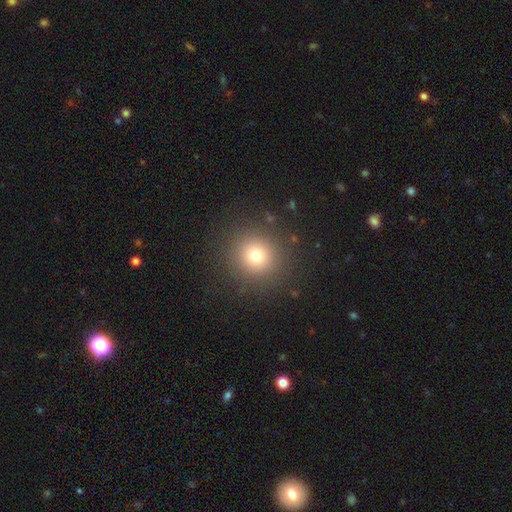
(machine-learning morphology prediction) This is likely a smooth galaxy (74%). How rounded: clearly round (93%). Merging: clearly none (89%).